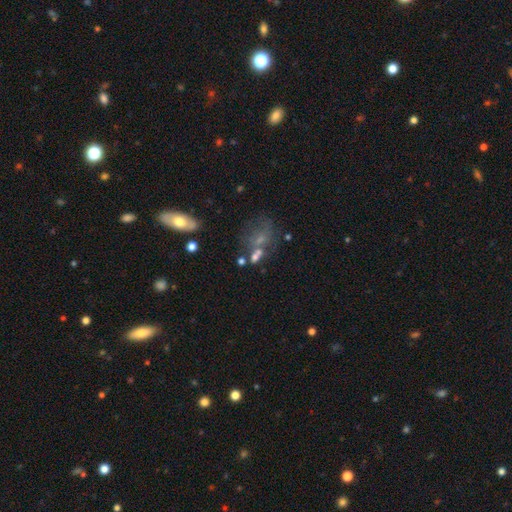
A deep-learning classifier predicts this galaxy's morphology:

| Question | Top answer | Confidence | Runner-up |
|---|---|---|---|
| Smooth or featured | smooth | 53% | featured or disk (27%) |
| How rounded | in between | 60% | round (36%) |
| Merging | merger | 36% | none (32%) |